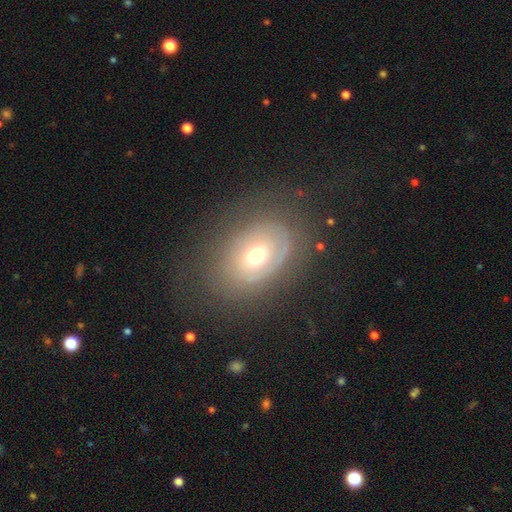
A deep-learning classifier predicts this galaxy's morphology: type=featured or disk (53%); edge-on=no (93%); merging=none (67%).